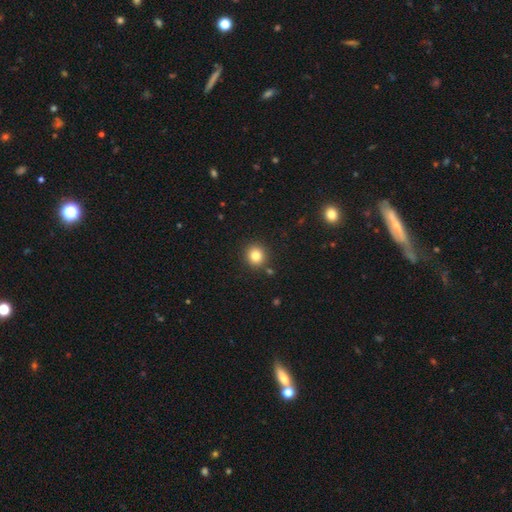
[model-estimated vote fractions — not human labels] Morphology: type=smooth (82%); roundness=round (89%); merging=none (89%).